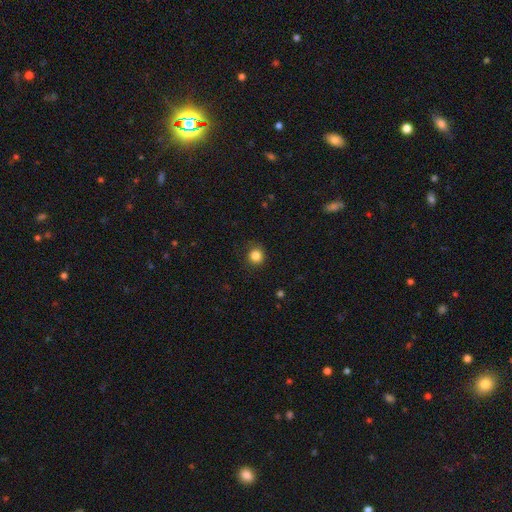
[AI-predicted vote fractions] Morphology: type=smooth (84%); roundness=round (90%); merging=none (84%).